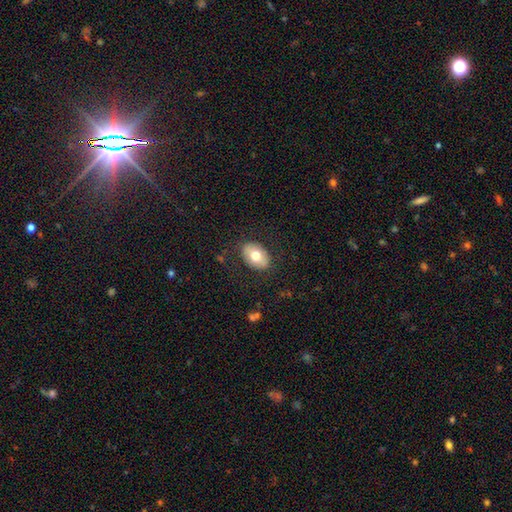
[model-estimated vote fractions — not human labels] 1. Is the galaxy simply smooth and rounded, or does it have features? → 72% smooth, 21% featured or disk, 7% star or artifact.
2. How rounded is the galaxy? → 83% in between, 16% round, 1% cigar-shaped.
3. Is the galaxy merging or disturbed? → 84% none, 11% minor disturbance, 4% major disturbance, 1% merger.